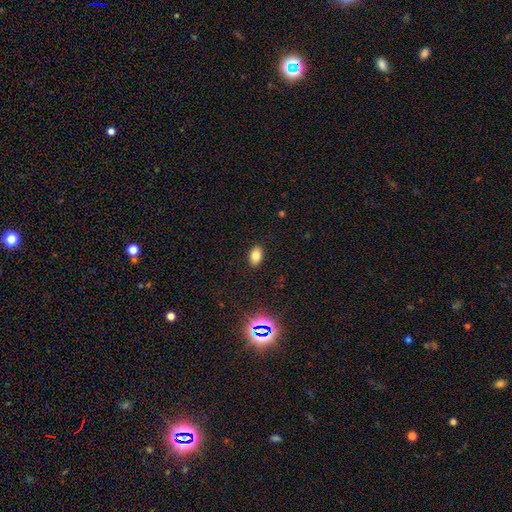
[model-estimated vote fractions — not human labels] Q: Smooth or featured?
A: smooth (79%); runner-up: star or artifact (13%)
Q: How rounded?
A: in between (88%); runner-up: round (10%)
Q: Merging?
A: none (89%); runner-up: minor disturbance (8%)